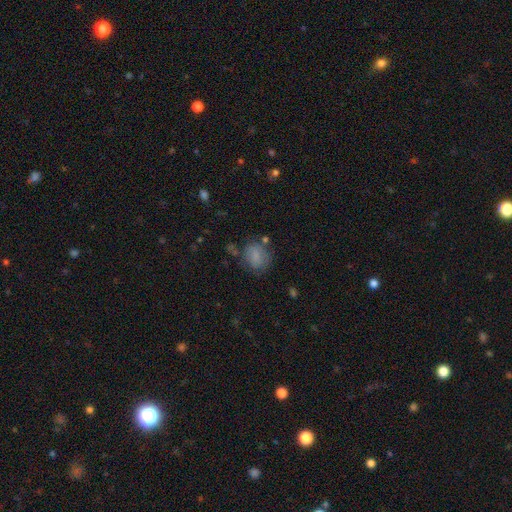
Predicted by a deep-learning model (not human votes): Smooth or featured?
  - smooth: 77% *
  - featured or disk: 13%
  - star or artifact: 10%
How rounded?
  - round: 59% *
  - in between: 40%
  - cigar-shaped: 1%
Merging?
  - none: 64% *
  - minor disturbance: 21%
  - major disturbance: 10%
  - merger: 6%